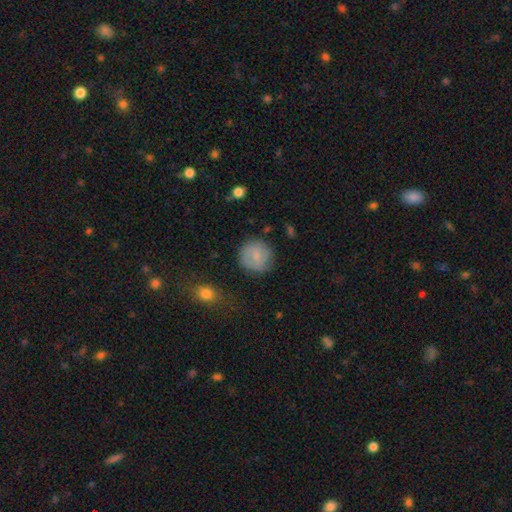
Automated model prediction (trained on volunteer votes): Smooth or featured: smooth — 66% (featured or disk — 26%)
How rounded: round — 89% (in between — 10%)
Merging: none — 75% (minor disturbance — 17%)